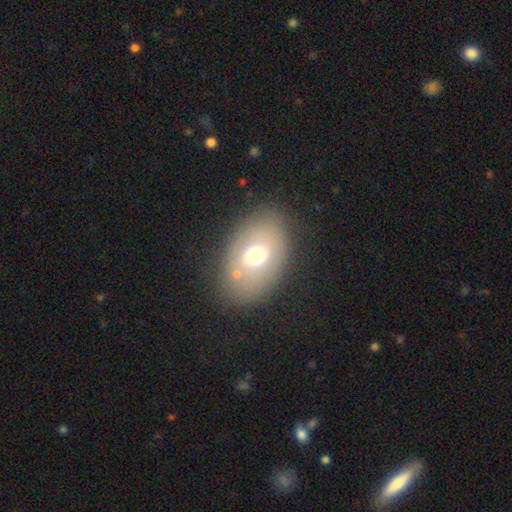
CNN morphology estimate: Smooth or featured? Predicted: smooth (p=0.63). How rounded? Predicted: in between (p=0.78). Merging? Predicted: none (p=0.79).